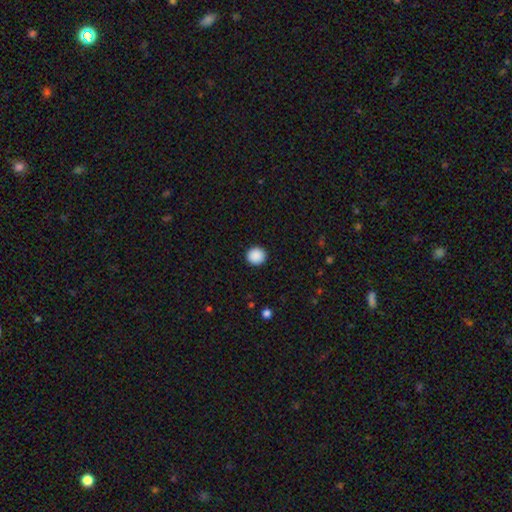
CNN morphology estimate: A smooth galaxy with no disk features (89%) that is round (92%). Merging: none (93%).